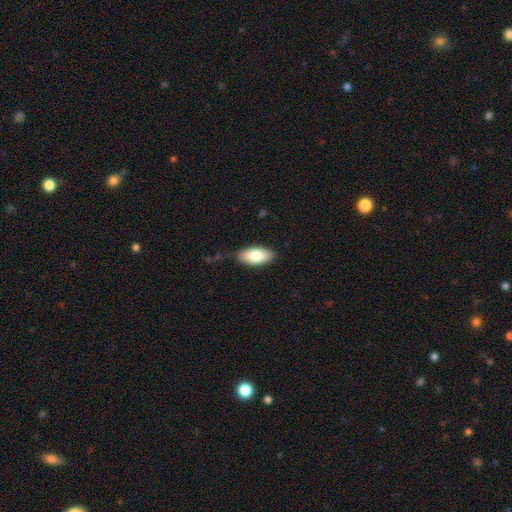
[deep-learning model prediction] smooth_or_featured: smooth (p=0.81) [alt: featured or disk p=0.13]
how_rounded: in between (p=0.91) [alt: cigar-shaped p=0.07]
merging: none (p=0.79) [alt: minor disturbance p=0.16]